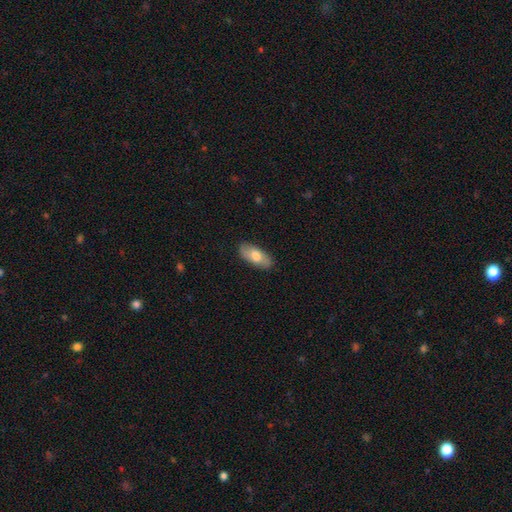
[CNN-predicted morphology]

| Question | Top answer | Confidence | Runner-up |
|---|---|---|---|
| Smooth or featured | smooth | 70% | featured or disk (24%) |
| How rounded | in between | 87% | cigar-shaped (10%) |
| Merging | none | 86% | minor disturbance (11%) |